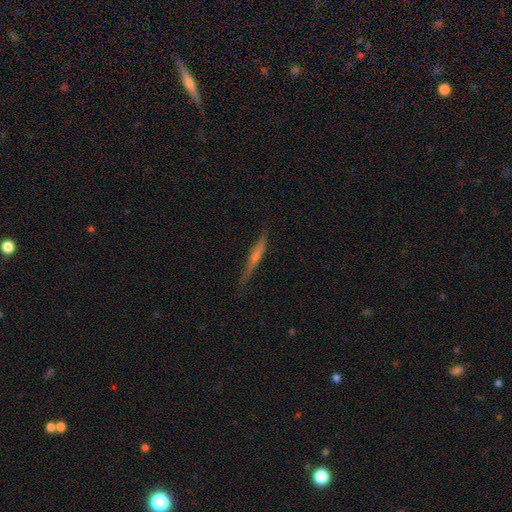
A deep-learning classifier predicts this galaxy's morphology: A featured or disk galaxy (65%) viewed edge-on (96%) with a rounded central bulge (66%).

Vote fractions:
- Smooth or featured? featured or disk: 65% / smooth: 27% / star or artifact: 7%
- Edge-on disk? yes: 96% / no: 4%
- Edge-on bulge? rounded: 66% / none: 26% / boxy: 8%
- Merging? none: 87% / minor disturbance: 10% / major disturbance: 2% / merger: 1%